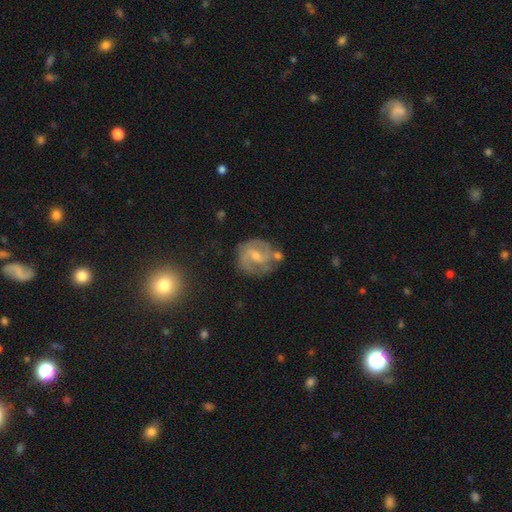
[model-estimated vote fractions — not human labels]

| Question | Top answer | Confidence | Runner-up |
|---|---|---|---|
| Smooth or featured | featured or disk | 78% | smooth (15%) |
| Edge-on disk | no | 97% | yes (3%) |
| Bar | weak | 56% | no (27%) |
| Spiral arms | yes | 93% | no (7%) |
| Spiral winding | medium | 51% | tight (34%) |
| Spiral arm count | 2 | 76% | can't tell (11%) |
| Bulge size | small | 54% | moderate (38%) |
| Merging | none | 63% | minor disturbance (19%) |